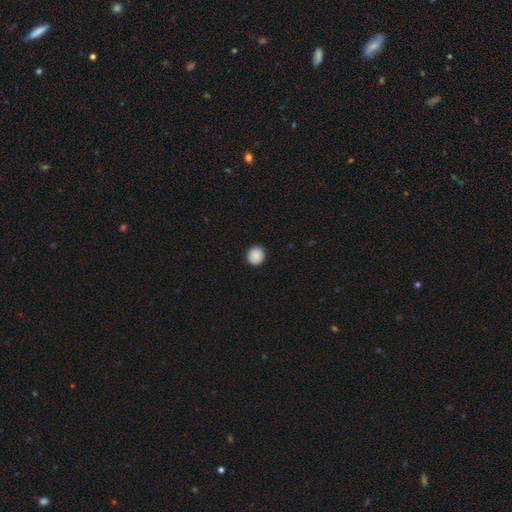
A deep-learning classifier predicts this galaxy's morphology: This appears to be a smooth galaxy with no disk features (89%) that is round (85%). Merging: none (90%).